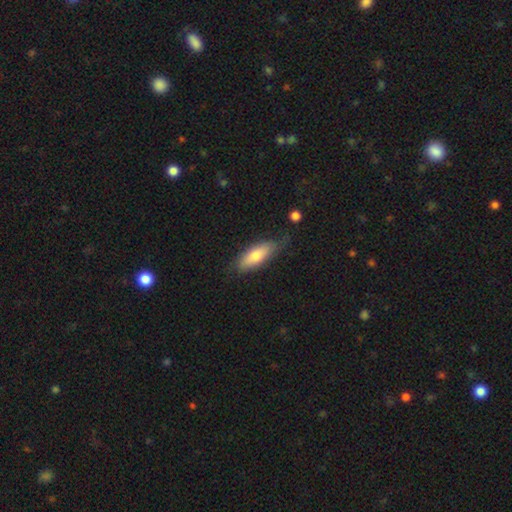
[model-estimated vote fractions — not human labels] Smooth or featured?
  - smooth: 72% *
  - featured or disk: 22%
  - star or artifact: 6%
How rounded?
  - in between: 66% *
  - cigar-shaped: 32%
  - round: 2%
Merging?
  - none: 68% *
  - minor disturbance: 24%
  - major disturbance: 6%
  - merger: 2%